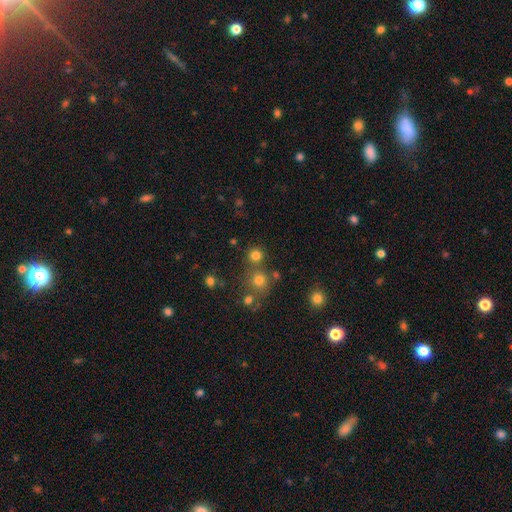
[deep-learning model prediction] Smooth or featured?
  - smooth: 76% *
  - star or artifact: 18%
  - featured or disk: 6%
How rounded?
  - round: 92% *
  - in between: 7%
  - cigar-shaped: 1%
Merging?
  - none: 73% *
  - merger: 17%
  - minor disturbance: 7%
  - major disturbance: 3%